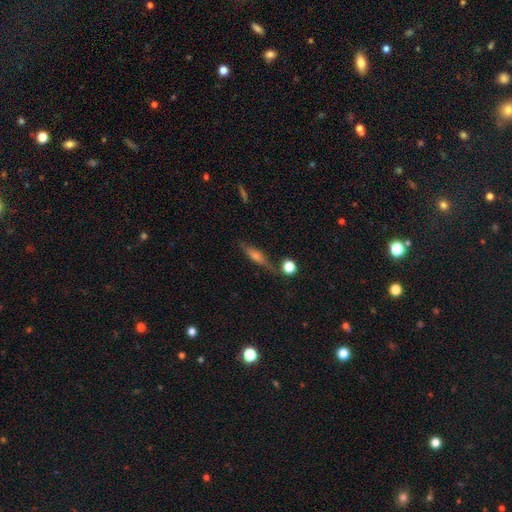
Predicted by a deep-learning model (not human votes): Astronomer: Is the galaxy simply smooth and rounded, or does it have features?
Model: featured or disk — 56% (runner-up: smooth, 32%).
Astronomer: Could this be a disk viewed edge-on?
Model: yes — 93%.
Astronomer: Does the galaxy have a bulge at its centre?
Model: rounded — 75%.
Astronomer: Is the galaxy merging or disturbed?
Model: none — 76%.